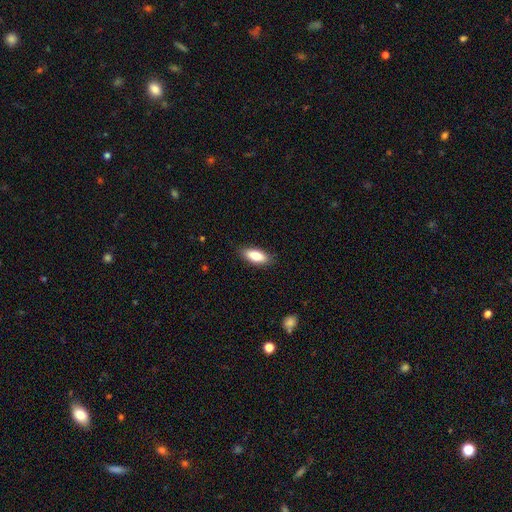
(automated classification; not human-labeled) Q: Smooth or featured?
A: smooth (83%); runner-up: featured or disk (10%)
Q: How rounded?
A: in between (81%); runner-up: cigar-shaped (17%)
Q: Merging?
A: none (85%); runner-up: minor disturbance (11%)